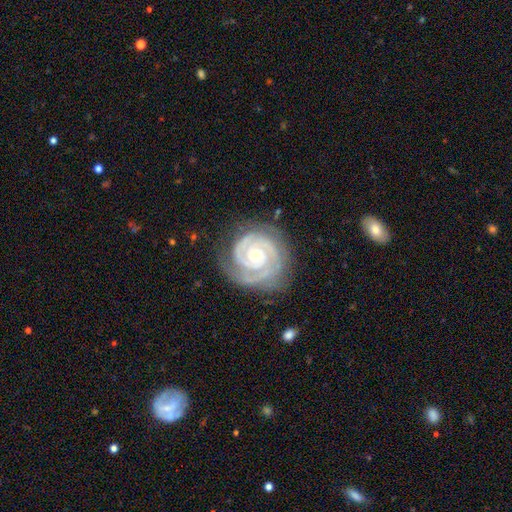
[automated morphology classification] A featured or disk galaxy (92%) with no bar (73%), 2 (58%) tight (81%) spiral arms (98%) and a small central bulge (66%). Merging: none (78%).